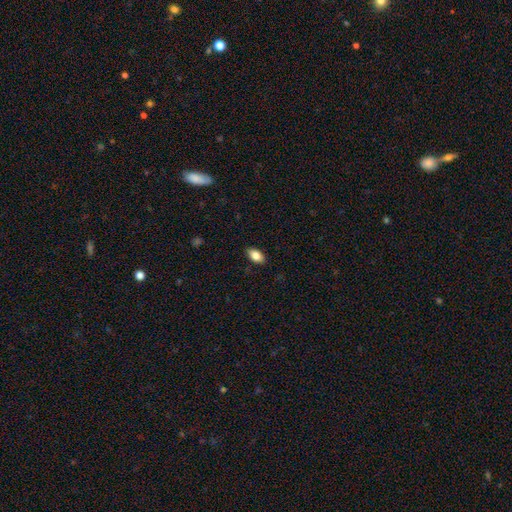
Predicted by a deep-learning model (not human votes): A smooth galaxy with no disk features (82%) that is in between round and cigar-shaped (91%). Merging: none (87%).